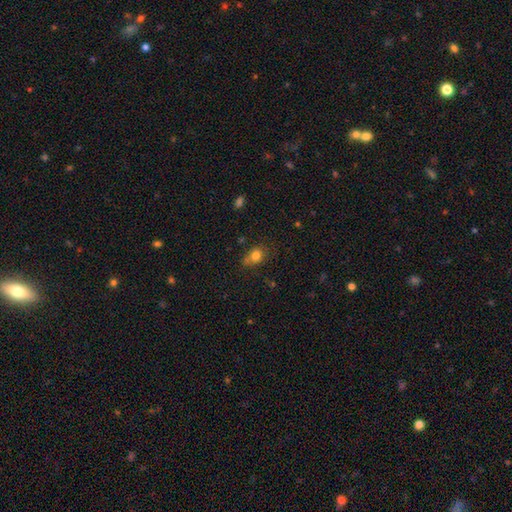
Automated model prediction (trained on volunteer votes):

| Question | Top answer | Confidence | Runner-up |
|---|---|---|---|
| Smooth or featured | smooth | 78% | star or artifact (12%) |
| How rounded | round | 49% | tied: in between (49%) |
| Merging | none | 56% | minor disturbance (26%) |